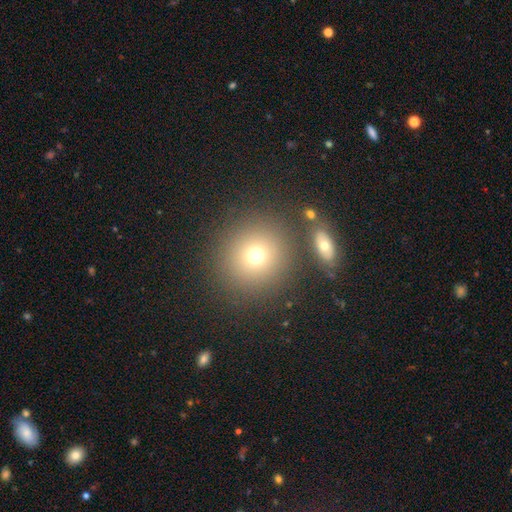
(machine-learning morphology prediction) A smooth galaxy with no disk features (72%) that is round (90%).

Vote fractions:
- Smooth or featured? smooth: 72% / star or artifact: 16% / featured or disk: 12%
- How rounded? round: 90% / in between: 9% / cigar-shaped: 1%
- Merging? none: 79% / merger: 9% / minor disturbance: 8% / major disturbance: 4%